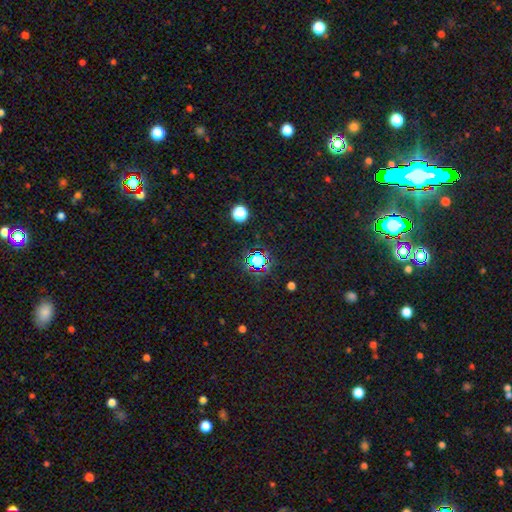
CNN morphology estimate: type=star or artifact (76%).